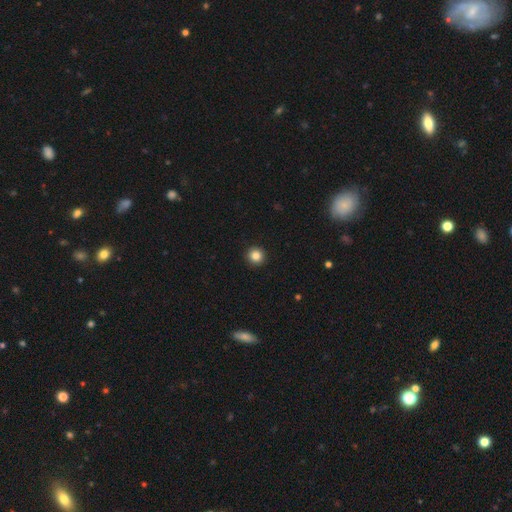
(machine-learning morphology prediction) This appears to be a smooth galaxy with no disk features (85%) that is round (95%). Merging: none (93%).